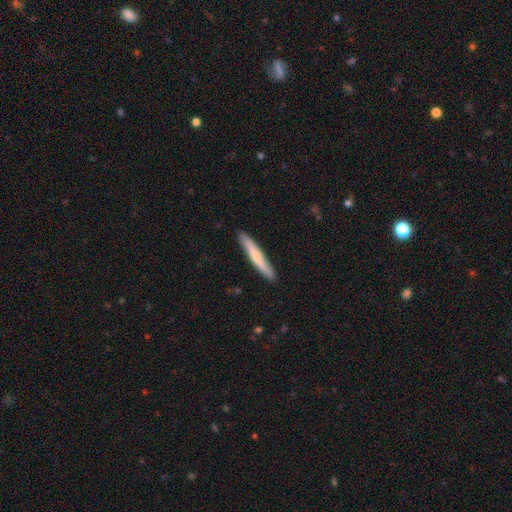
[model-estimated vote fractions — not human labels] smooth 62%, featured or disk 33%, star or artifact 5%. Down the decision tree: how rounded — cigar-shaped (95%); merging — none (90%).